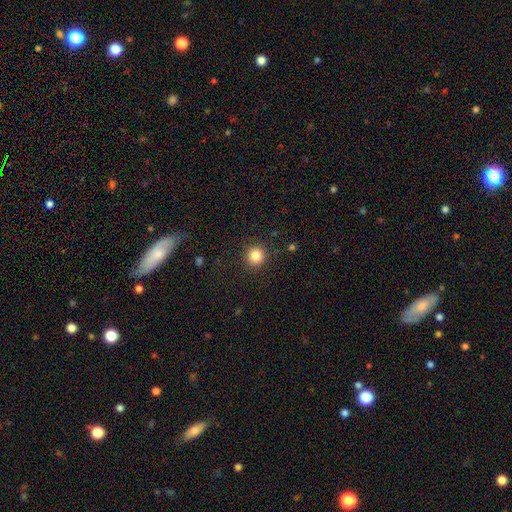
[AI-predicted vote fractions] Q: Smooth or featured?
A: smooth (84%); runner-up: star or artifact (11%)
Q: How rounded?
A: round (94%); runner-up: in between (5%)
Q: Merging?
A: none (91%); runner-up: minor disturbance (6%)